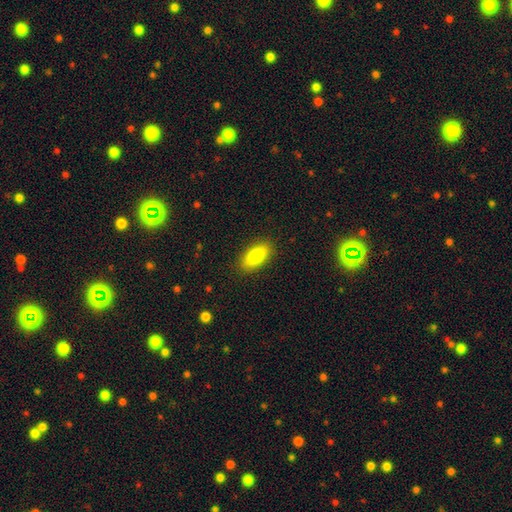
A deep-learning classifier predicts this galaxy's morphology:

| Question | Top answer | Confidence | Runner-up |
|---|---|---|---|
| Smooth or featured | smooth | 82% | featured or disk (11%) |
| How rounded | in between | 81% | cigar-shaped (16%) |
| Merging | none | 88% | minor disturbance (9%) |